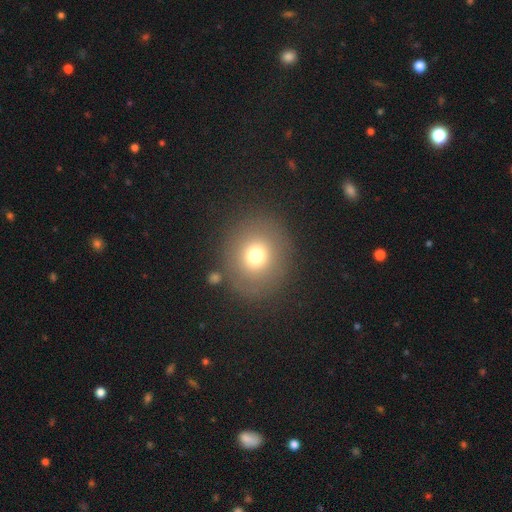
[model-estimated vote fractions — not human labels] Smooth or featured?
  - smooth: 71% *
  - star or artifact: 15%
  - featured or disk: 15%
How rounded?
  - round: 84% *
  - in between: 15%
  - cigar-shaped: 1%
Merging?
  - none: 82% *
  - minor disturbance: 9%
  - major disturbance: 6%
  - merger: 4%